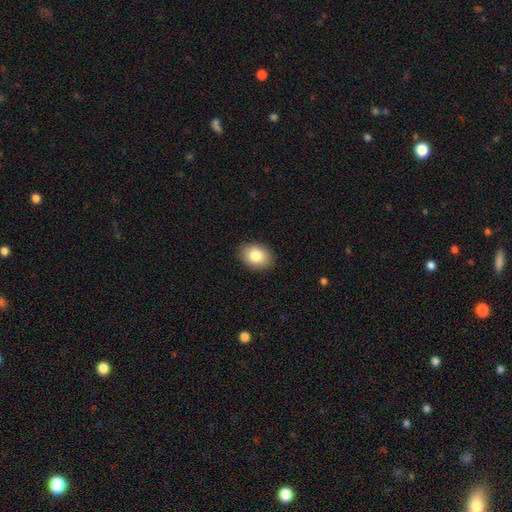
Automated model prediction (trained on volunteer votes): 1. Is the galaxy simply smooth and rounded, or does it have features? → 84% smooth, 8% star or artifact, 8% featured or disk.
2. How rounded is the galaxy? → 72% in between, 27% round, 1% cigar-shaped.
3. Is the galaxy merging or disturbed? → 89% none, 8% minor disturbance, 2% major disturbance, 1% merger.